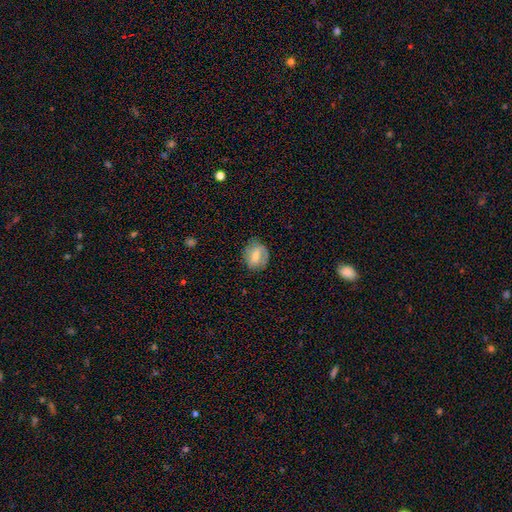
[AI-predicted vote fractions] smooth 54%, featured or disk 39%, star or artifact 8%. Down the decision tree: how rounded — round (61%); merging — none (77%).